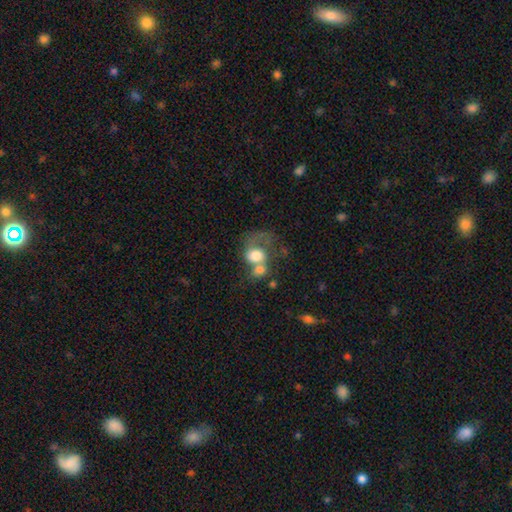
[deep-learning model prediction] The model was most divided on "how rounded": round: 55%, in between: 44%, cigar-shaped: 1%. More confident: smooth or featured — smooth (61%); merging — merger (58%).